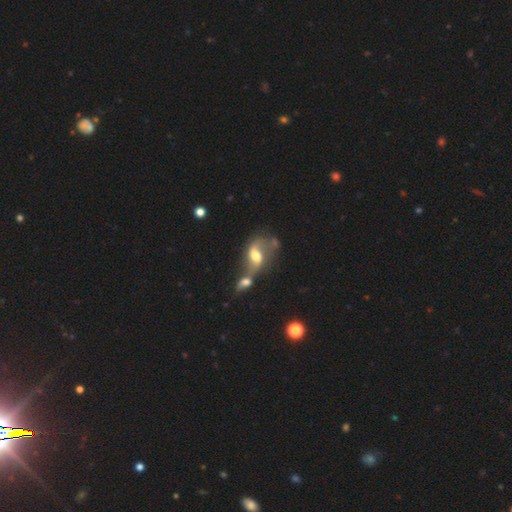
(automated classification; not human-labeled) Overall: featured or disk (63%; smooth 28%). Edge-on disk: no (94%). Bar: weak (47%; no 33%). Spiral arms: yes (78%). Bulge size: moderate (58%; large 22%). Merging: merger (59%; none 20%).